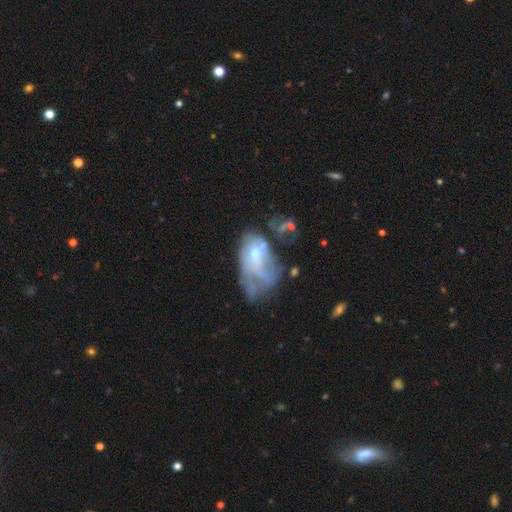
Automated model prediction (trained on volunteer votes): This is possibly a featured or disk galaxy (53%). It is clearly not viewed edge-on (96%). Bar: likely no (78%). Spiral arm pattern: likely no (78%). Central bulge: marginally moderate (41%). Merging: marginally major disturbance (44%).